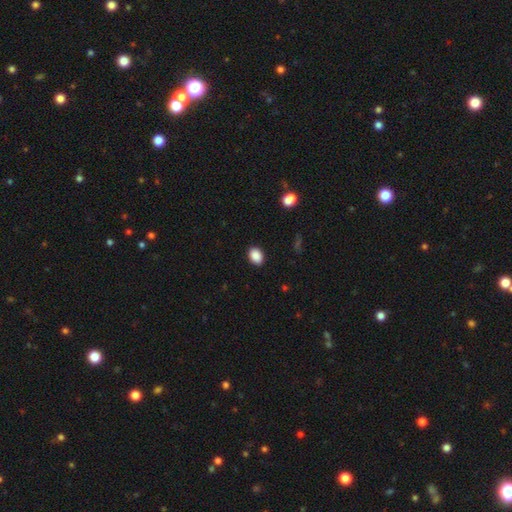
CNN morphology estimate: A smooth galaxy with no disk features (89%) that is in between round and cigar-shaped (75%).

Vote fractions:
- Smooth or featured? smooth: 89% / star or artifact: 8% / featured or disk: 3%
- How rounded? in between: 75% / round: 24% / cigar-shaped: 1%
- Merging? none: 90% / minor disturbance: 7% / major disturbance: 2% / merger: 1%